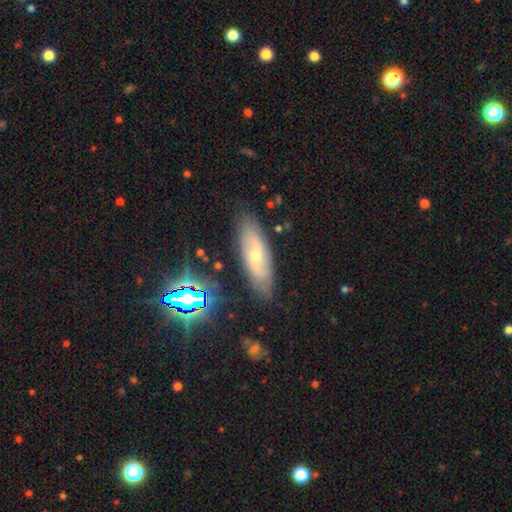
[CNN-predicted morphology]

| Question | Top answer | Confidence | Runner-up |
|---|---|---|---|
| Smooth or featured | featured or disk | 53% | smooth (36%) |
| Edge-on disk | no | 75% | yes (25%) |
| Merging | none | 81% | minor disturbance (14%) |